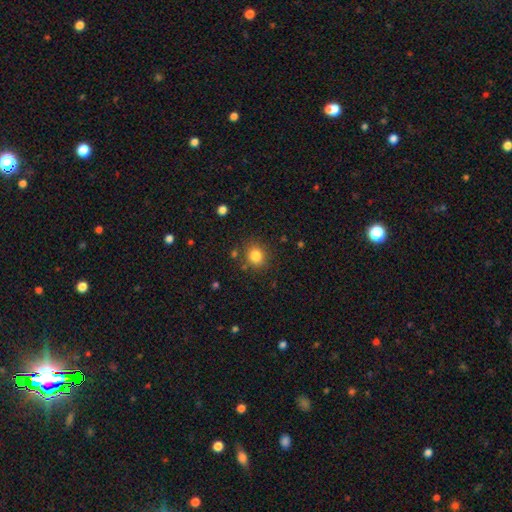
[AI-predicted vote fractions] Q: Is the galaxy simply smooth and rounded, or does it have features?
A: smooth — 82%.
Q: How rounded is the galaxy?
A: round — 77%.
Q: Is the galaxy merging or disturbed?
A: none — 83%.